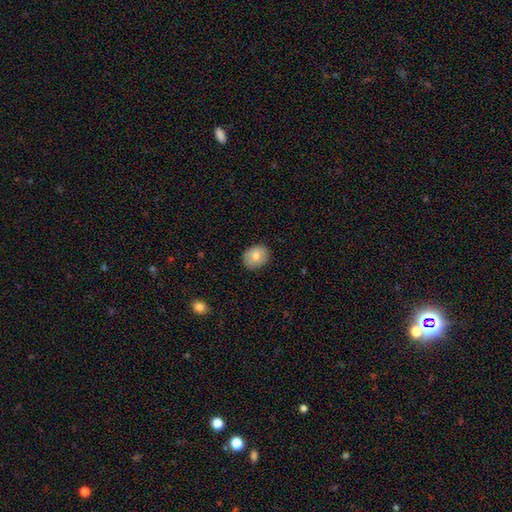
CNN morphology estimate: smooth_or_featured: smooth (p=0.76) [alt: featured or disk p=0.16]
how_rounded: in between (p=0.50) [alt: round p=0.49]
merging: none (p=0.87) [alt: minor disturbance p=0.10]